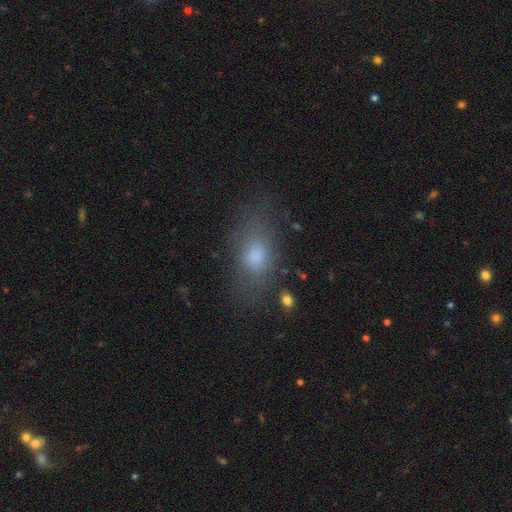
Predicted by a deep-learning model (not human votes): This is likely a smooth galaxy (74%). How rounded: clearly in between (81%). Merging: likely none (67%).